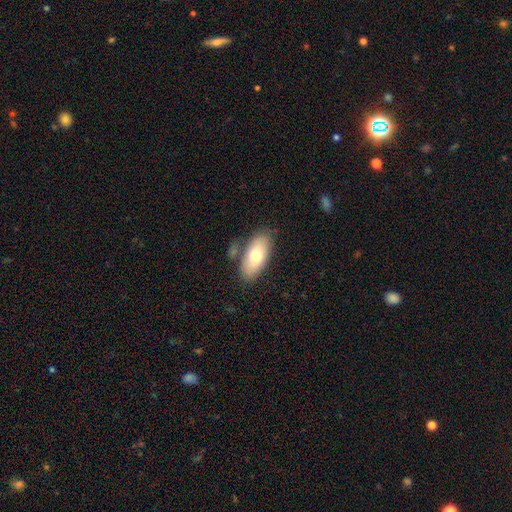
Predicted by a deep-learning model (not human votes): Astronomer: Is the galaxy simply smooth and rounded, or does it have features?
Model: smooth — 71%.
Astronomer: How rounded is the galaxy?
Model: in between — 90%.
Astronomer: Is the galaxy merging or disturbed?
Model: none — 71%.